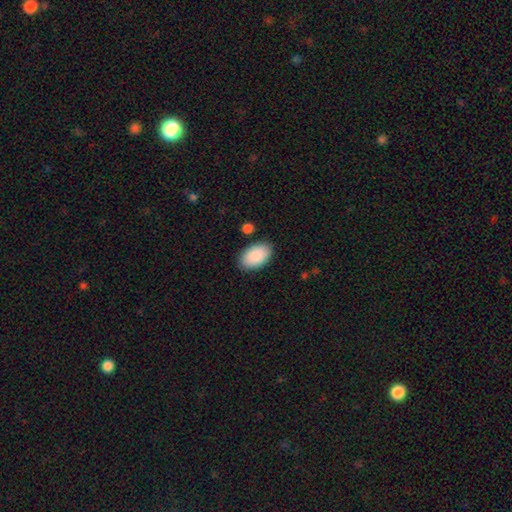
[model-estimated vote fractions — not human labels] This appears to be a smooth galaxy with no disk features (91%) that is in between round and cigar-shaped (95%). Merging: none (86%).